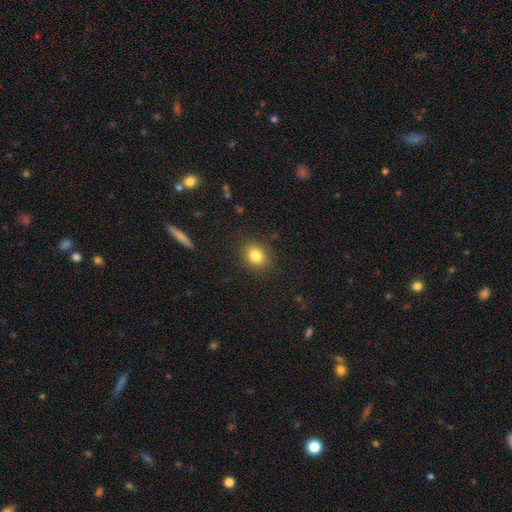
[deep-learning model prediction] Smooth or featured?
  - smooth: 83% *
  - star or artifact: 11%
  - featured or disk: 7%
How rounded?
  - round: 63% *
  - in between: 36%
  - cigar-shaped: 1%
Merging?
  - none: 87% *
  - minor disturbance: 9%
  - major disturbance: 3%
  - merger: 1%